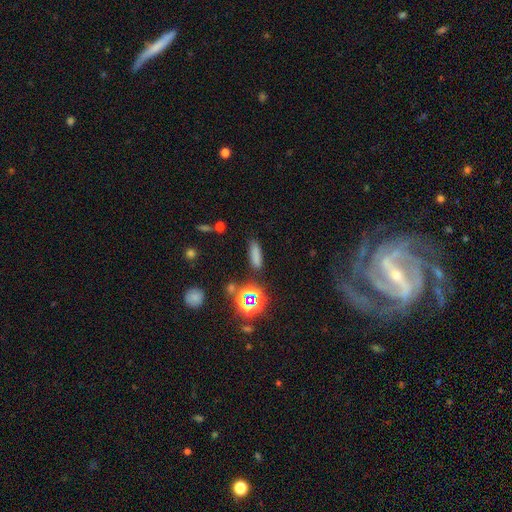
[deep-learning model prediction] Overall: smooth (72%). How rounded: cigar-shaped (59%; in between 36%). Merging: none (82%).